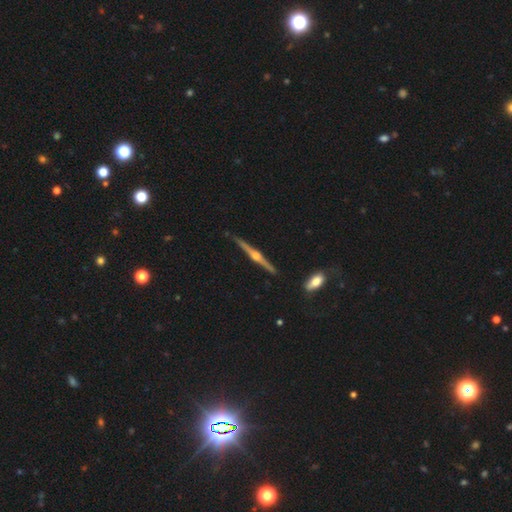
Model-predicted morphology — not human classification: A featured or disk galaxy (86%) viewed edge-on (99%) with a rounded central bulge (94%).

Vote fractions:
- Smooth or featured? featured or disk: 86% / smooth: 9% / star or artifact: 5%
- Edge-on disk? yes: 99% / no: 1%
- Edge-on bulge? rounded: 94% / boxy: 3% / none: 3%
- Merging? none: 89% / minor disturbance: 8% / merger: 2% / major disturbance: 1%